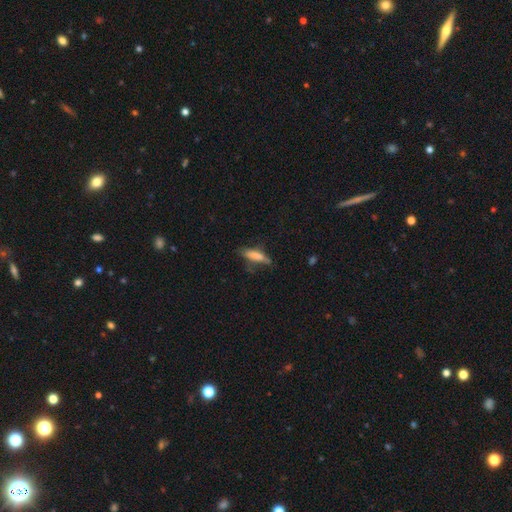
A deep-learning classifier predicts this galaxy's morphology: smooth_or_featured: smooth (p=0.73) [alt: featured or disk p=0.19]
how_rounded: cigar-shaped (p=0.69) [alt: in between p=0.29]
merging: none (p=0.59) [alt: minor disturbance p=0.27]